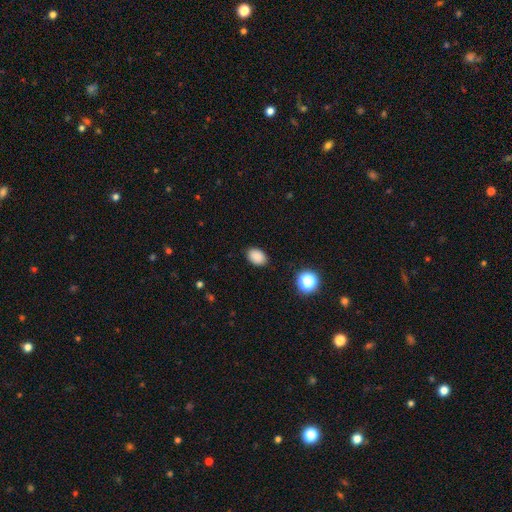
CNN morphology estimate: A smooth galaxy with no disk features (86%) that is in between round and cigar-shaped (81%).

Vote fractions:
- Smooth or featured? smooth: 86% / star or artifact: 10% / featured or disk: 3%
- How rounded? in between: 81% / round: 18% / cigar-shaped: 1%
- Merging? none: 87% / minor disturbance: 9% / major disturbance: 2% / merger: 1%